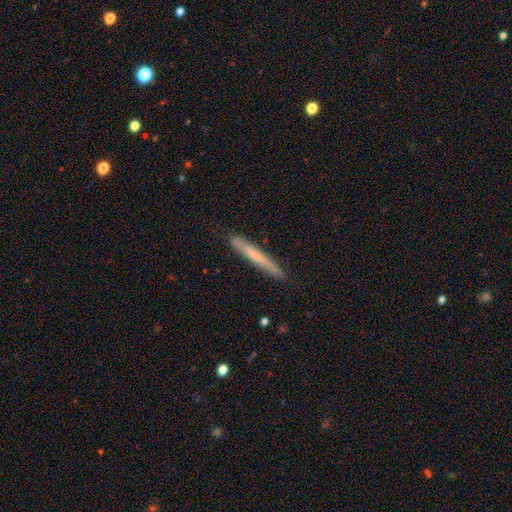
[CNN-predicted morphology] smooth_or_featured: smooth (p=0.61) [alt: featured or disk p=0.33]
how_rounded: cigar-shaped (p=0.97) [alt: in between p=0.02]
merging: none (p=0.89) [alt: minor disturbance p=0.09]